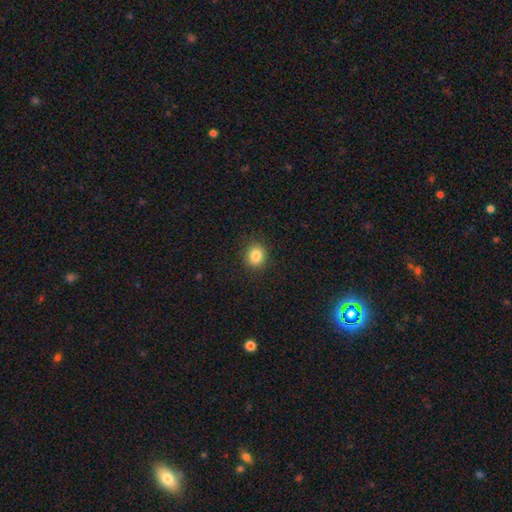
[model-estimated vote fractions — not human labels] The model was most divided on "how rounded": round: 78%, in between: 21%, cigar-shaped: 1%. More confident: merging — none (90%); smooth or featured — smooth (85%).